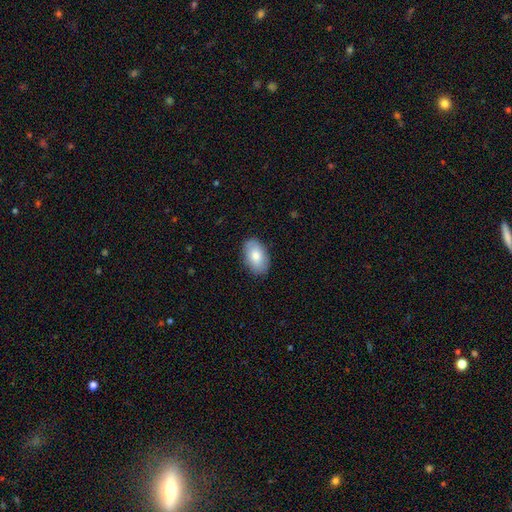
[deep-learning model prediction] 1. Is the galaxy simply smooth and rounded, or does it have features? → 79% smooth, 15% featured or disk, 6% star or artifact.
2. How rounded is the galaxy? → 92% in between, 7% round, 1% cigar-shaped.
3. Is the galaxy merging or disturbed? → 86% none, 11% minor disturbance, 2% major disturbance, 1% merger.